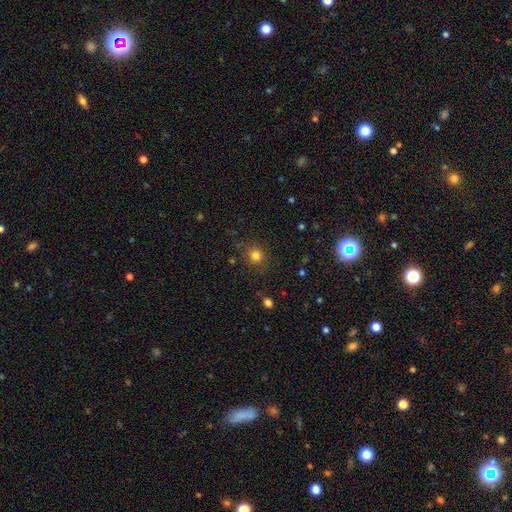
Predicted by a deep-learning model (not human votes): This is likely a smooth galaxy (79%). How rounded: clearly round (88%). Merging: clearly none (82%).